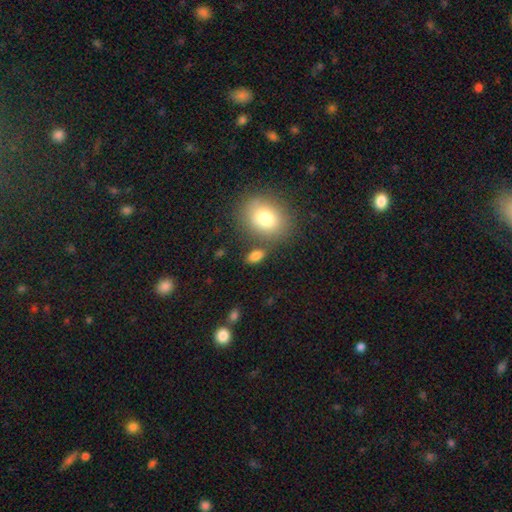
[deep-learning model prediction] Morphology: type=smooth (82%); roundness=in between (80%); merging=none (71%).